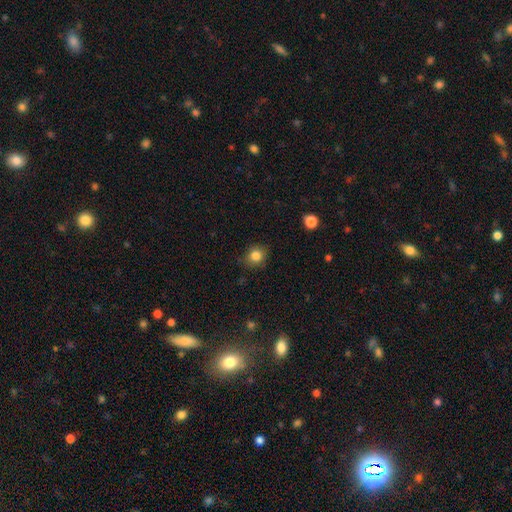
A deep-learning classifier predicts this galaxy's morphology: Smooth or featured: smooth — 84% (star or artifact — 11%)
How rounded: round — 74% (in between — 25%)
Merging: none — 80% (minor disturbance — 15%)